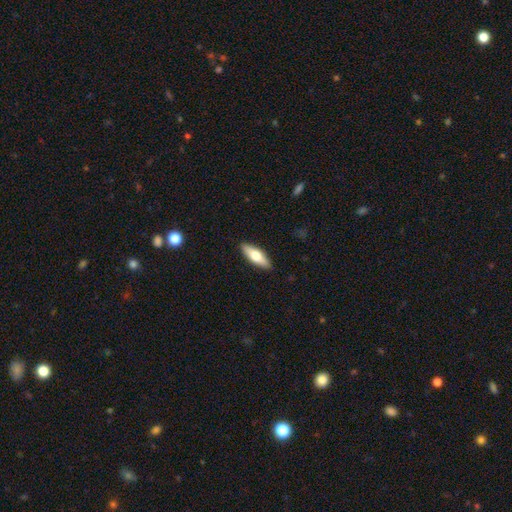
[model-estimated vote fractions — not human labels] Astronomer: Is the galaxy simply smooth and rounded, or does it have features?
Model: smooth — 66%.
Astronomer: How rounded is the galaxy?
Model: in between — 56% (runner-up: cigar-shaped, 42%).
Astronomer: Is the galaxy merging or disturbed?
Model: none — 90%.